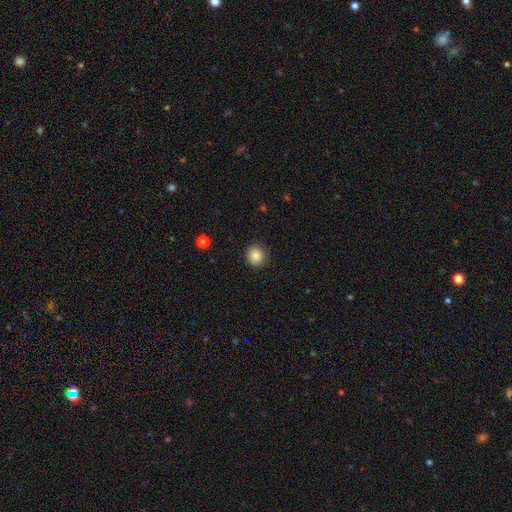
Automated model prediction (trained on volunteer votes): smooth_or_featured: smooth (p=0.86) [alt: star or artifact p=0.10]
how_rounded: round (p=0.84) [alt: in between p=0.15]
merging: none (p=0.88) [alt: minor disturbance p=0.09]